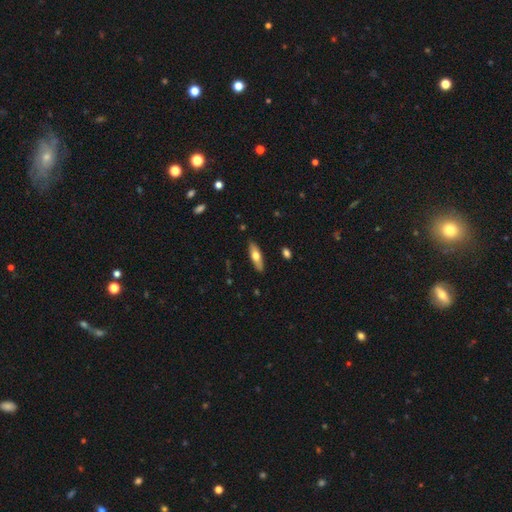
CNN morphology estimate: Smooth or featured?
  - smooth: 58% *
  - featured or disk: 36%
  - star or artifact: 6%
How rounded?
  - cigar-shaped: 52% *
  - in between: 46%
  - round: 2%
Merging?
  - none: 88% *
  - minor disturbance: 9%
  - major disturbance: 2%
  - merger: 1%